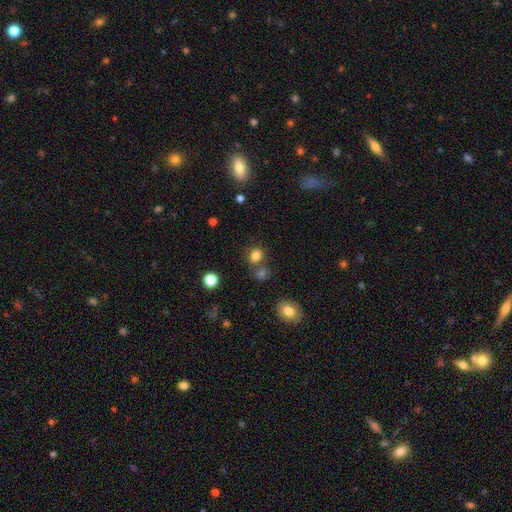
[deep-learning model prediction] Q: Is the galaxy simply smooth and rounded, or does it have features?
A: smooth — 80%.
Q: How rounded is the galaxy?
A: round — 75%.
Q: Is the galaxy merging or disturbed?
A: none — 67%.